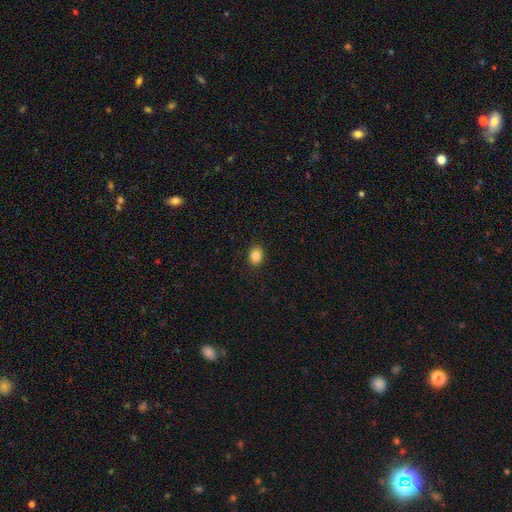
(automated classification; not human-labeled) This is clearly a smooth galaxy (86%). How rounded: possibly in between (57%). Merging: clearly none (91%).